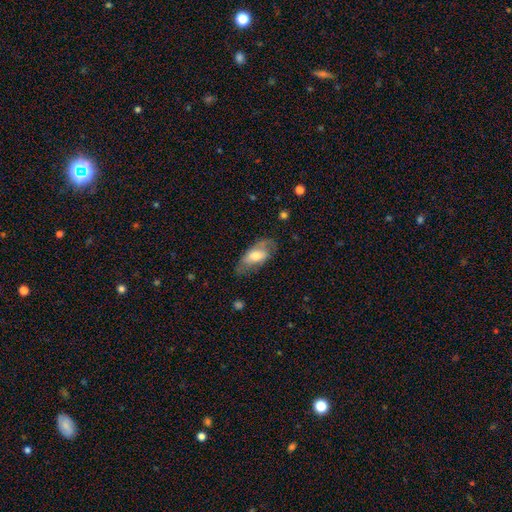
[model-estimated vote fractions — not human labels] Smooth or featured: smooth — 49% (featured or disk — 45%)
Merging: none — 58% (minor disturbance — 26%)